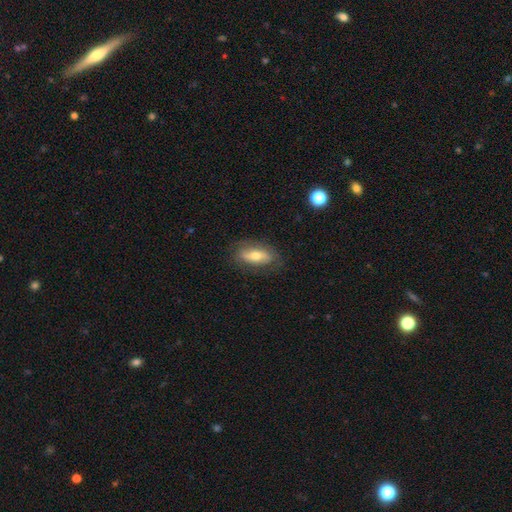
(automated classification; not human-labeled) A smooth galaxy with no disk features (50%) that is in between round and cigar-shaped (80%). Merging: none (78%).